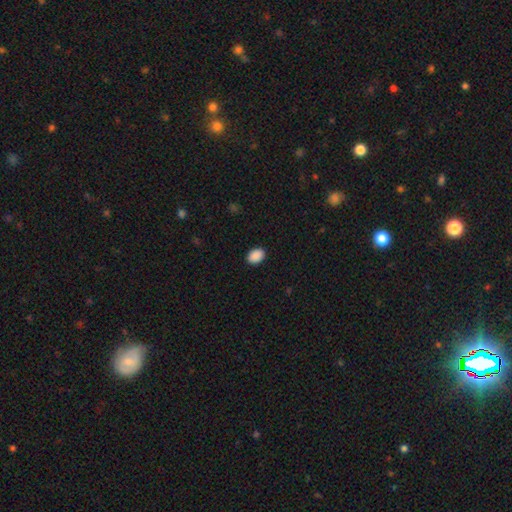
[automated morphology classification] smooth-or-featured: smooth: 90% | star or artifact: 7% | featured or disk: 2%
  how-rounded: in between: 78% | round: 21% | cigar-shaped: 1%
  merging: none: 90% | minor disturbance: 7% | major disturbance: 2% | merger: 1%